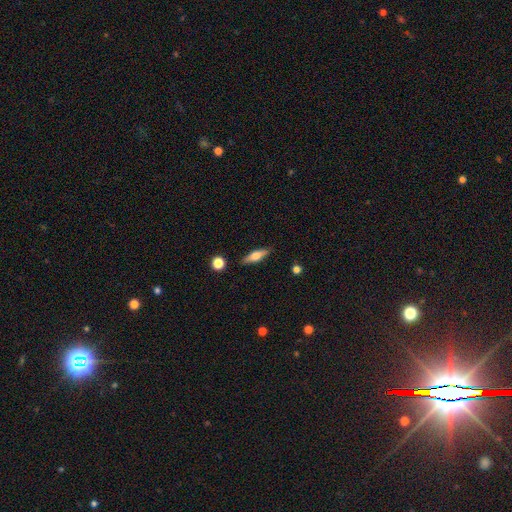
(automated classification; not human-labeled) Smooth or featured? smooth (47%)
Merging? none (87%)